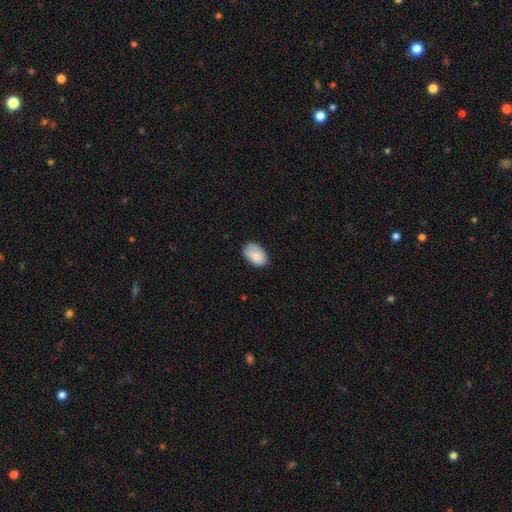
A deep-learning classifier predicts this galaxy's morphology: Smooth or featured? smooth (86%)
How rounded? in between (90%)
Merging? none (71%)